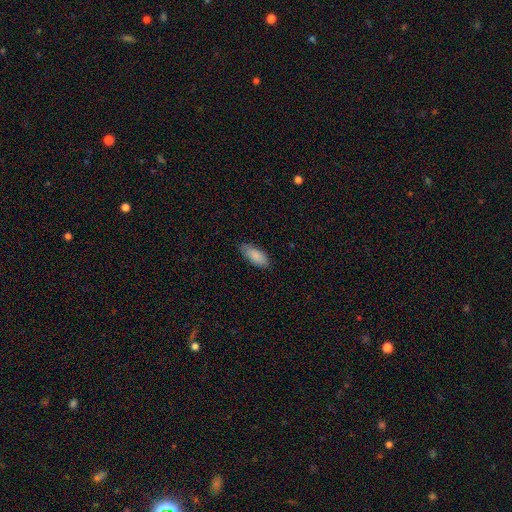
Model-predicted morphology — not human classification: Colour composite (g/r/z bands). It shows a smooth galaxy with no disk features (88%) that is in between round and cigar-shaped (84%). Merging: none (76%).